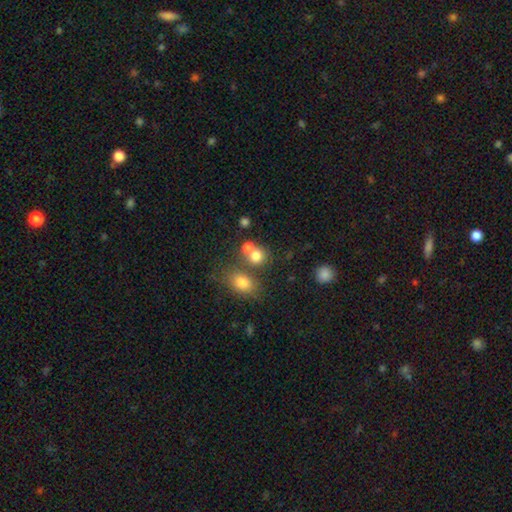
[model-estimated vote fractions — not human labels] Morphology: type=smooth (76%); roundness=round (74%); merging=none (48%).